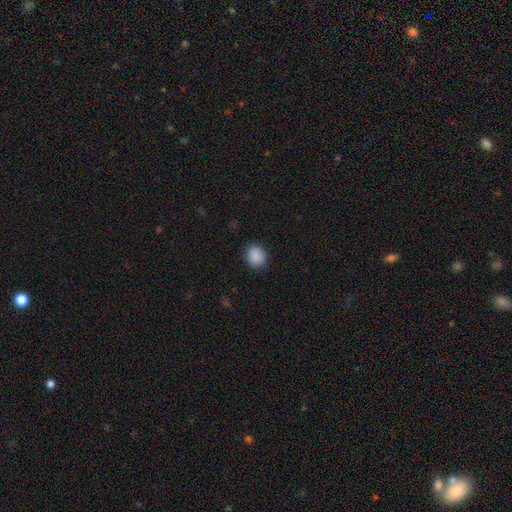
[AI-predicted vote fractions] Morphology: type=smooth (89%); roundness=round (72%); merging=none (87%).